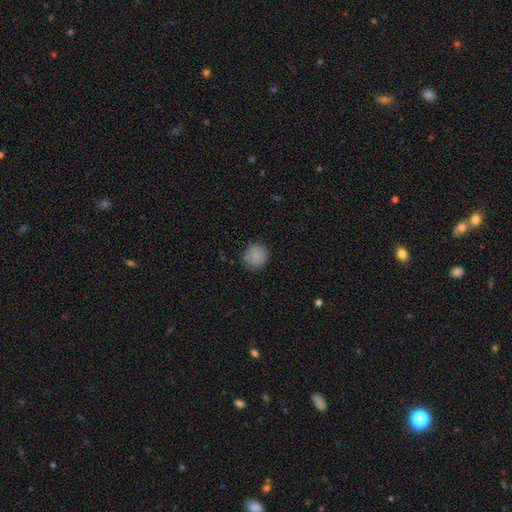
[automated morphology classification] smooth_or_featured: smooth (p=0.84) [alt: star or artifact p=0.09]
how_rounded: round (p=0.91) [alt: in between p=0.08]
merging: none (p=0.82) [alt: minor disturbance p=0.14]